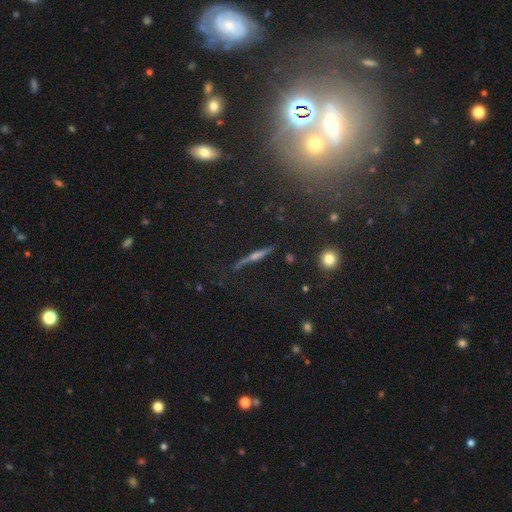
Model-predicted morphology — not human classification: type=featured or disk (71%); edge-on=yes (95%); edge-on bulge=rounded (84%); merging=none (85%).